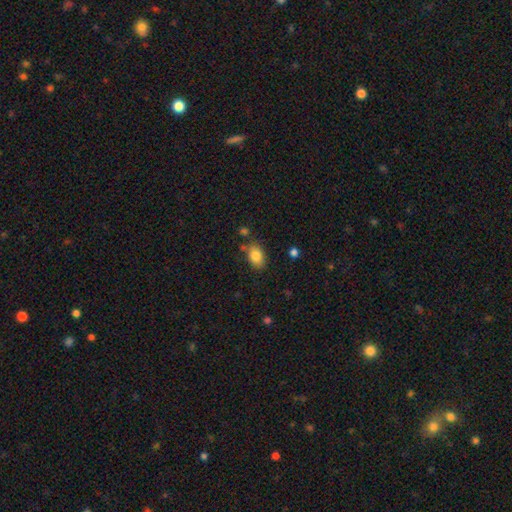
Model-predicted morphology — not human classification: smooth_or_featured: smooth (p=0.82) [alt: featured or disk p=0.09]
how_rounded: in between (p=0.82) [alt: round p=0.16]
merging: none (p=0.75) [alt: minor disturbance p=0.16]